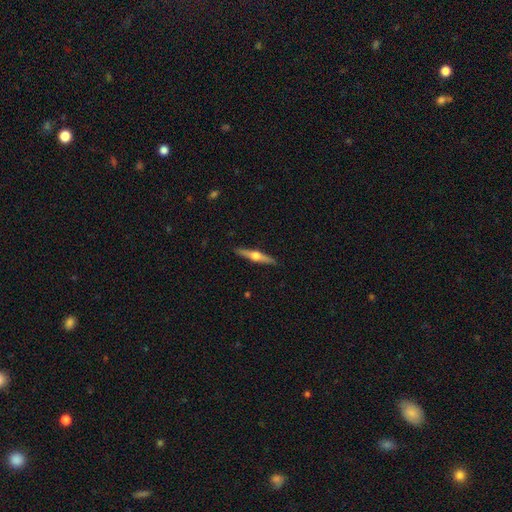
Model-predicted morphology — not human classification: Smooth or featured? Predicted: featured or disk (p=0.67). Edge-on disk? Predicted: yes (p=0.97). Edge-on bulge? Predicted: rounded (p=0.94). Merging? Predicted: none (p=0.91).